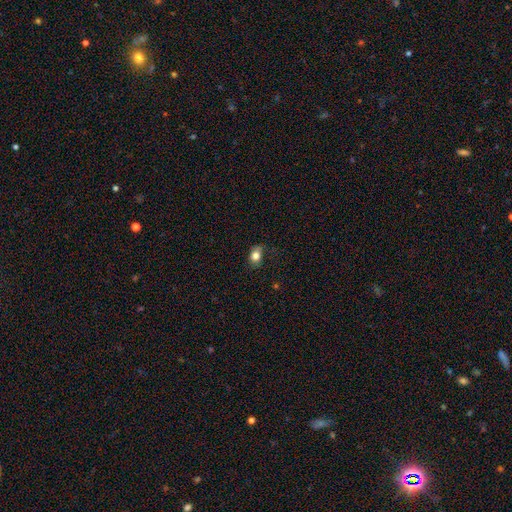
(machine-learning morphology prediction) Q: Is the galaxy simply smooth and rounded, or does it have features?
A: smooth — 80%.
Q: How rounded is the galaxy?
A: in between — 60%.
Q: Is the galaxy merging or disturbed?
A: none — 63%.